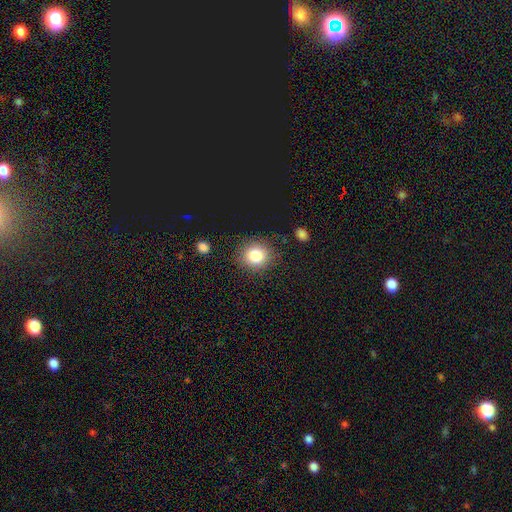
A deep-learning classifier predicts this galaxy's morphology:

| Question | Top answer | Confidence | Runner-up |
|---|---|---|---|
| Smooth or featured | smooth | 80% | star or artifact (12%) |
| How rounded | round | 84% | in between (15%) |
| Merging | none | 86% | minor disturbance (8%) |